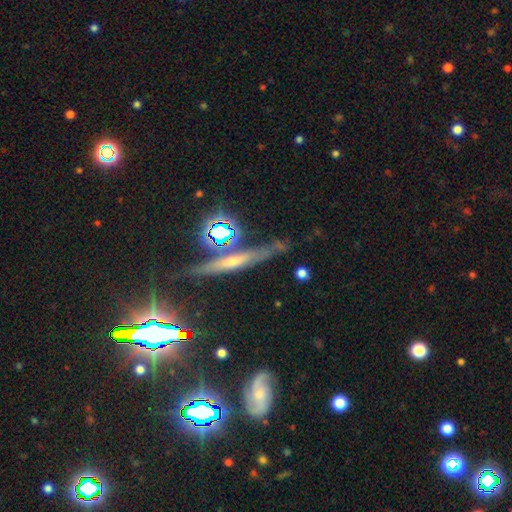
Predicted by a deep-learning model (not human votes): Q: Smooth or featured?
A: featured or disk (41%); runner-up: smooth (33%)
Q: Merging?
A: none (73%); runner-up: minor disturbance (16%)